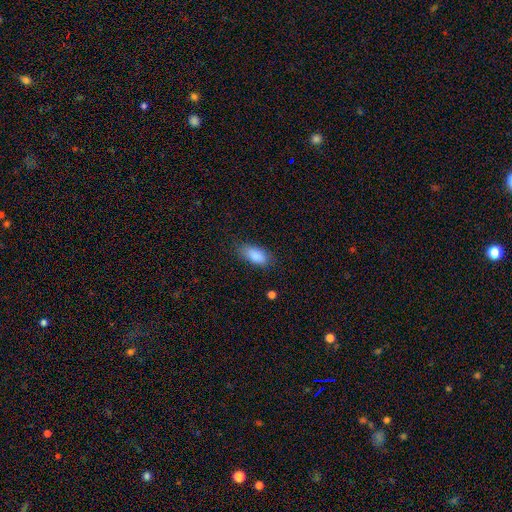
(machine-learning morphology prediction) type=smooth (87%); roundness=in between (87%); merging=none (74%).